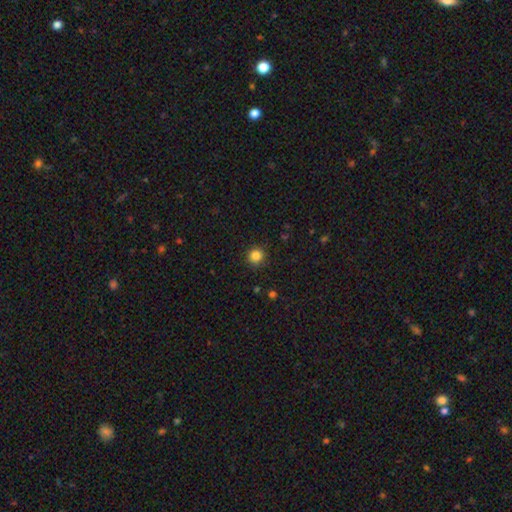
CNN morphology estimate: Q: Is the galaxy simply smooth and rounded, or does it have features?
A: smooth — 83%.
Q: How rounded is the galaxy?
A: round — 94%.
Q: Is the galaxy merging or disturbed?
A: none — 92%.